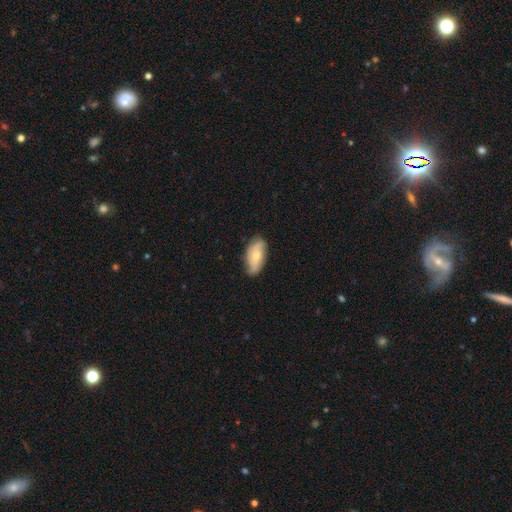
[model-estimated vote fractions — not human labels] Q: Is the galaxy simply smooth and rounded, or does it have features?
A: smooth — 51%.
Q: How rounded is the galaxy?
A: in between — 88%.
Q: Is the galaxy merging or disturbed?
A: none — 72%.